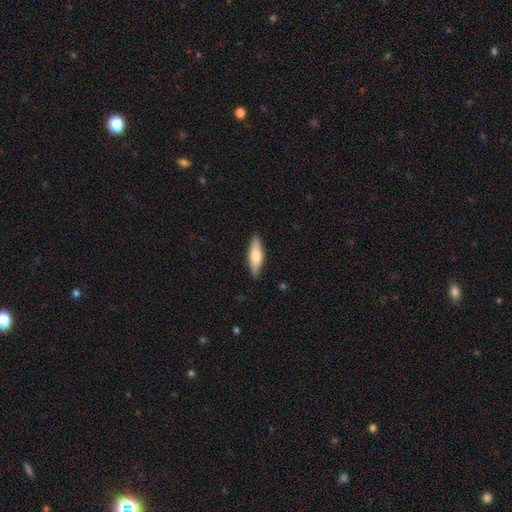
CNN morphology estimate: A smooth galaxy with no disk features (64%) that is cigar-shaped (53%).

Vote fractions:
- Smooth or featured? smooth: 64% / featured or disk: 31% / star or artifact: 5%
- How rounded? cigar-shaped: 53% / in between: 45% / round: 2%
- Merging? none: 88% / minor disturbance: 9% / major disturbance: 2% / merger: 1%